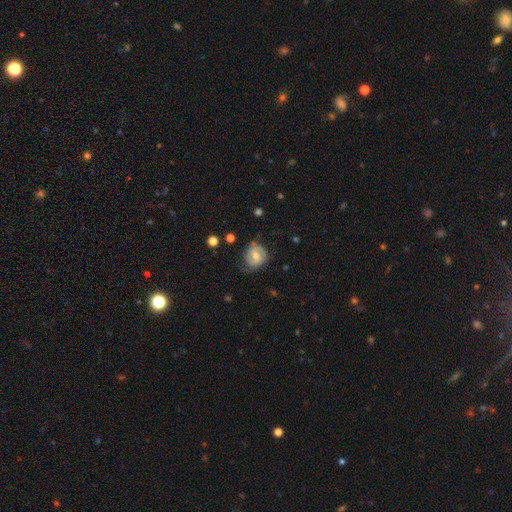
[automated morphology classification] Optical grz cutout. It shows a featured or disk galaxy (57%) with a weak bar (50%), spiral arms (84%) and a moderate central bulge (58%). Merging: none (60%).